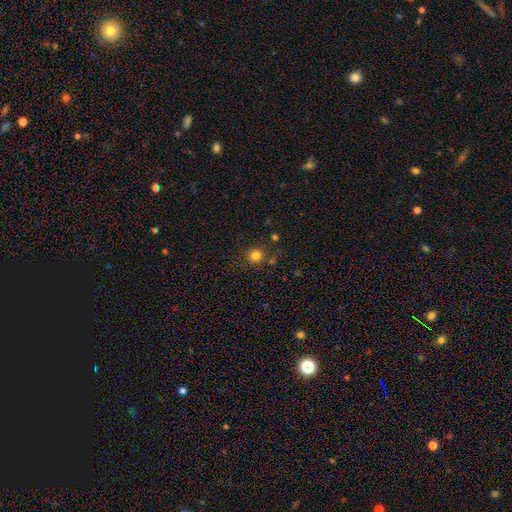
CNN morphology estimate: A smooth galaxy with no disk features (79%) that is round (92%).

Vote fractions:
- Smooth or featured? smooth: 79% / star or artifact: 16% / featured or disk: 5%
- How rounded? round: 92% / in between: 7% / cigar-shaped: 1%
- Merging? none: 82% / minor disturbance: 9% / merger: 5% / major disturbance: 3%